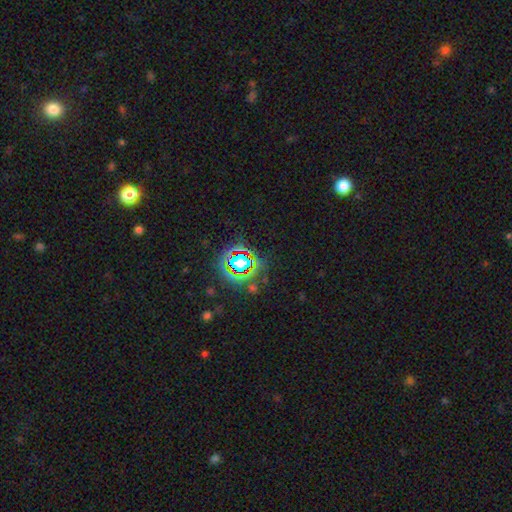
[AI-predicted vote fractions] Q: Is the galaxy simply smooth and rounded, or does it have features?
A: star or artifact — 77%.